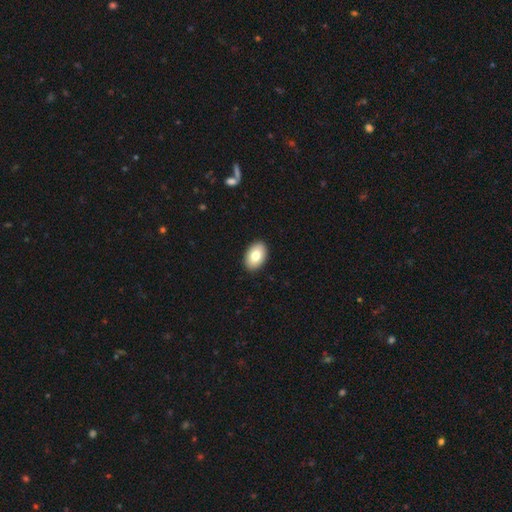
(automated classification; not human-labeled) The model was most divided on "smooth or featured": smooth: 80%, featured or disk: 13%, star or artifact: 7%. More confident: merging — none (91%); how rounded — in between (90%).